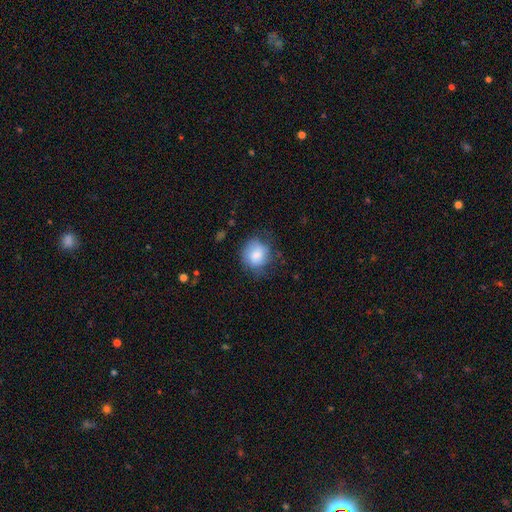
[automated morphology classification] Smooth or featured?
  - smooth: 79% *
  - featured or disk: 14%
  - star or artifact: 8%
How rounded?
  - round: 77% *
  - in between: 22%
  - cigar-shaped: 1%
Merging?
  - none: 60% *
  - minor disturbance: 26%
  - major disturbance: 12%
  - merger: 2%